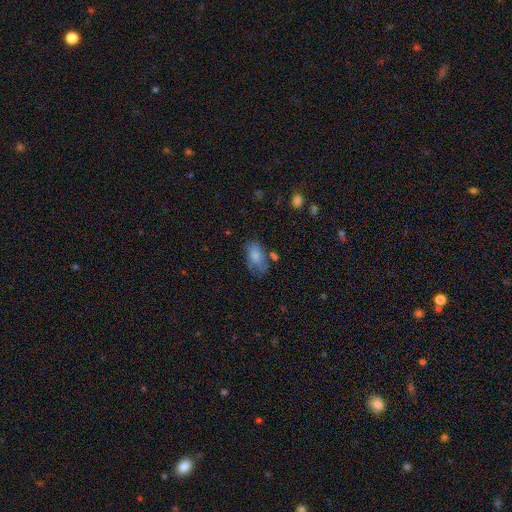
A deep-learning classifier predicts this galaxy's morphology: smooth-or-featured: smooth: 79% | featured or disk: 13% | star or artifact: 8%
  how-rounded: in between: 91% | round: 6% | cigar-shaped: 3%
  merging: none: 54% | minor disturbance: 27% | major disturbance: 11% | merger: 8%